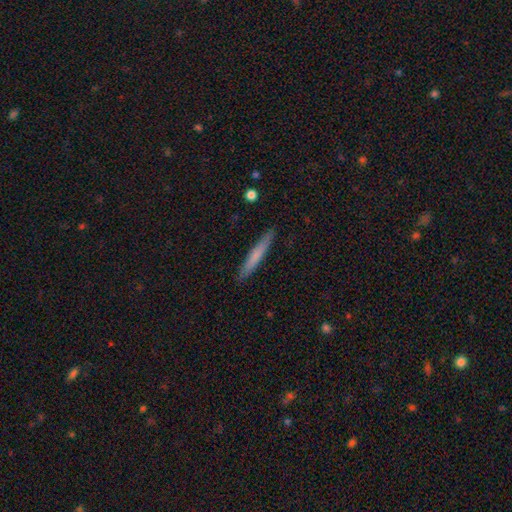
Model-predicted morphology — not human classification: A smooth galaxy with no disk features (68%) that is cigar-shaped (96%).

Vote fractions:
- Smooth or featured? smooth: 68% / featured or disk: 26% / star or artifact: 6%
- How rounded? cigar-shaped: 96% / in between: 3% / round: 1%
- Merging? none: 91% / minor disturbance: 7% / major disturbance: 1% / merger: 1%